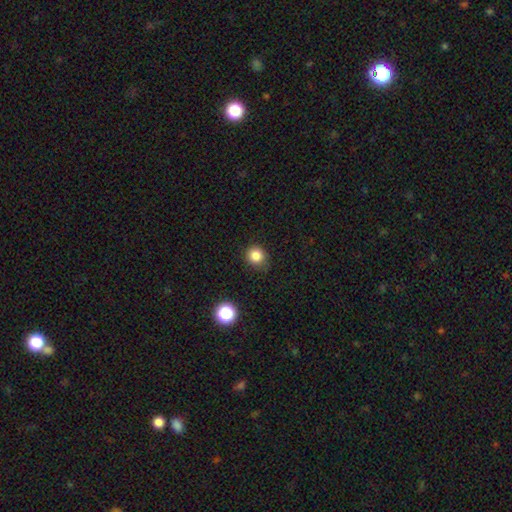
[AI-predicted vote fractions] A smooth galaxy with no disk features (84%) that is round (87%). Merging: none (83%).